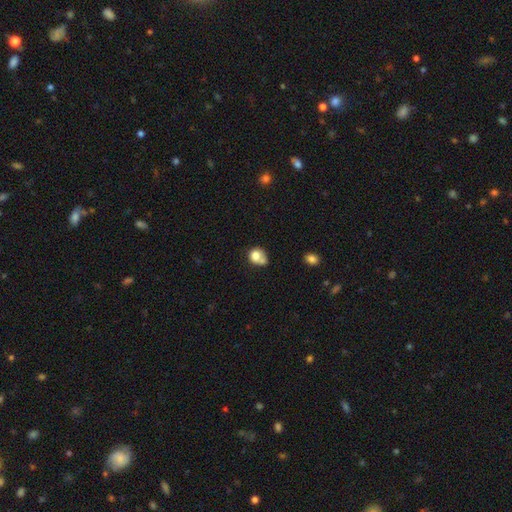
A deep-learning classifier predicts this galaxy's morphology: Smooth or featured: smooth — 75% (featured or disk — 15%)
How rounded: round — 66% (in between — 33%)
Merging: merger — 39% (none — 35%)